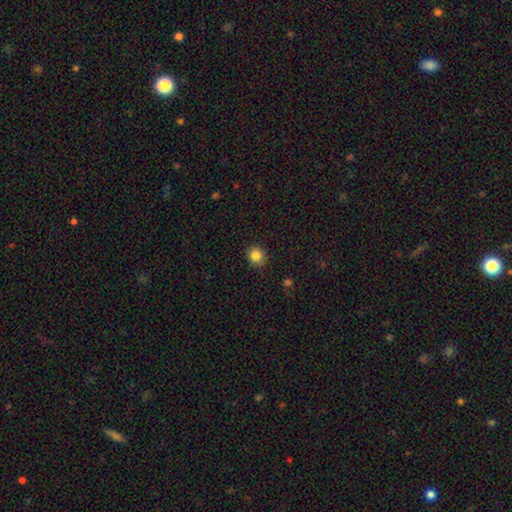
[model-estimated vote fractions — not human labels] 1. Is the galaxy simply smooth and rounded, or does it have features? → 84% smooth, 11% star or artifact, 5% featured or disk.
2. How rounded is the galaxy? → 85% round, 15% in between, 1% cigar-shaped.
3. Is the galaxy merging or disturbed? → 90% none, 7% minor disturbance, 2% major disturbance, 1% merger.